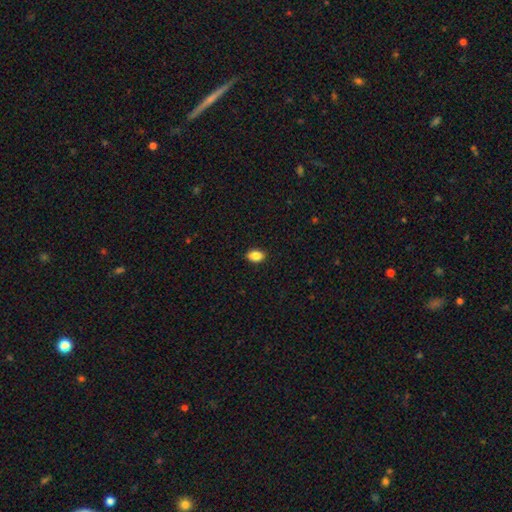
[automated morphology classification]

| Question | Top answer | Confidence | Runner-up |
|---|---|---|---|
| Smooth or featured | smooth | 87% | star or artifact (8%) |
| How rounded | in between | 81% | round (17%) |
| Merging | none | 90% | minor disturbance (8%) |